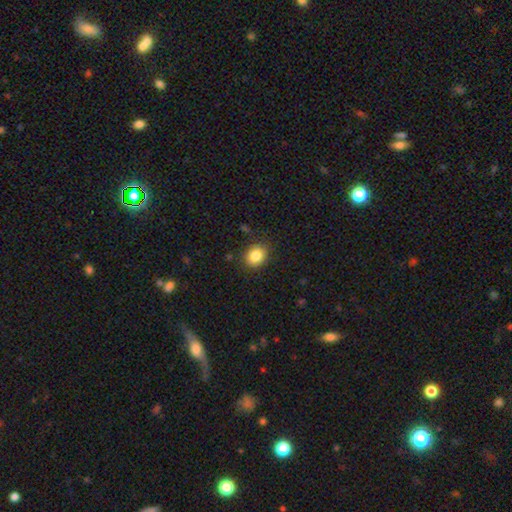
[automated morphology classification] smooth 84%, star or artifact 10%, featured or disk 6%. Down the decision tree: how rounded — round (55%); merging — none (85%).